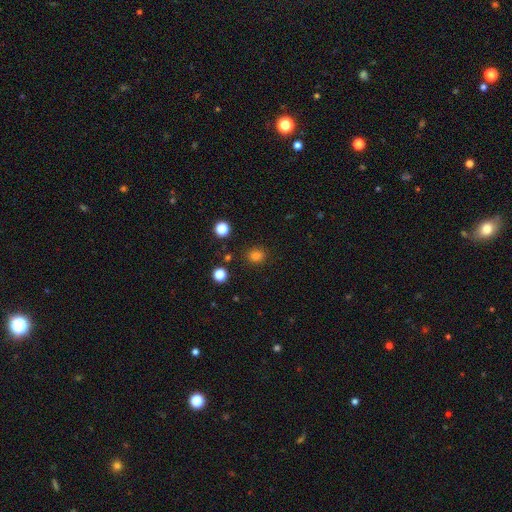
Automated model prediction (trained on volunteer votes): Smooth or featured: smooth — 79% (star or artifact — 16%)
How rounded: round — 67% (in between — 32%)
Merging: none — 84% (minor disturbance — 10%)